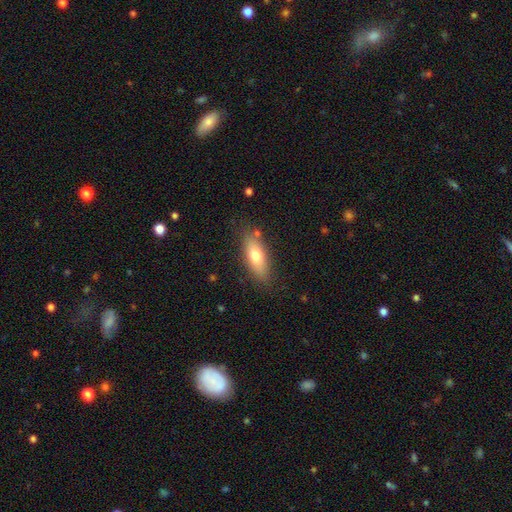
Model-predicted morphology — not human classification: smooth-or-featured: smooth: 70% | featured or disk: 23% | star or artifact: 7%
  how-rounded: in between: 69% | cigar-shaped: 27% | round: 3%
  merging: none: 81% | minor disturbance: 13% | major disturbance: 3% | merger: 3%